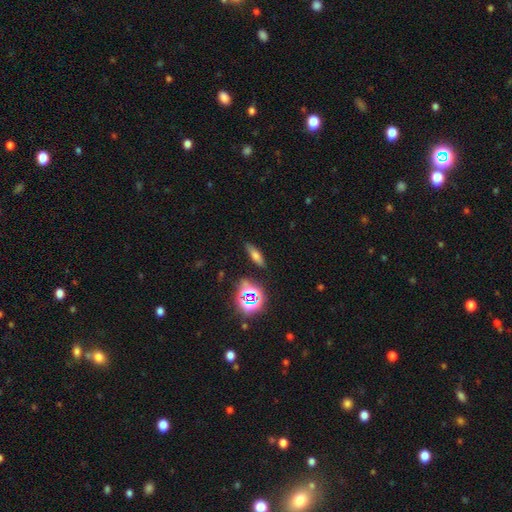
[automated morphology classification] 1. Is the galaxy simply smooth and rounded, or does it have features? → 61% smooth, 20% featured or disk, 19% star or artifact.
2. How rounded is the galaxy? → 53% cigar-shaped, 41% in between, 6% round.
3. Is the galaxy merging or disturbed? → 85% none, 10% minor disturbance, 3% major disturbance, 2% merger.